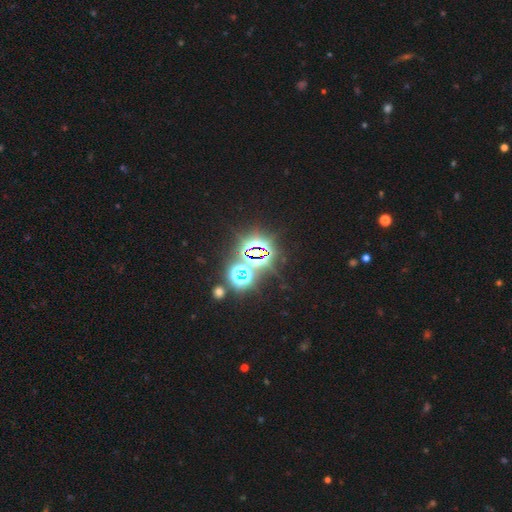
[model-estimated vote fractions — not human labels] Smooth or featured?
  - star or artifact: 80% *
  - smooth: 12%
  - featured or disk: 8%